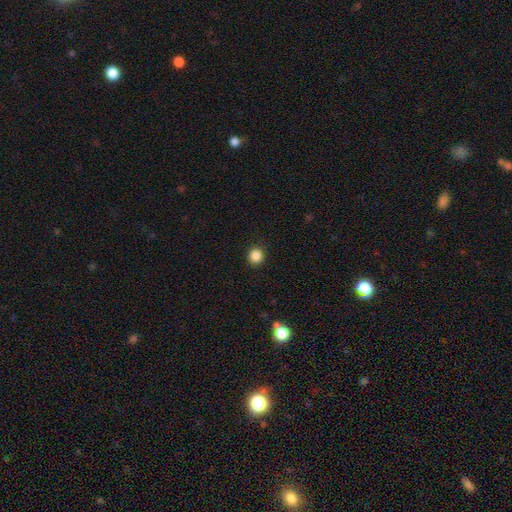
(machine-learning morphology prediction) A smooth galaxy with no disk features (86%) that is round (90%).

Vote fractions:
- Smooth or featured? smooth: 86% / star or artifact: 11% / featured or disk: 3%
- How rounded? round: 90% / in between: 9% / cigar-shaped: 1%
- Merging? none: 92% / minor disturbance: 5% / major disturbance: 2% / merger: 1%